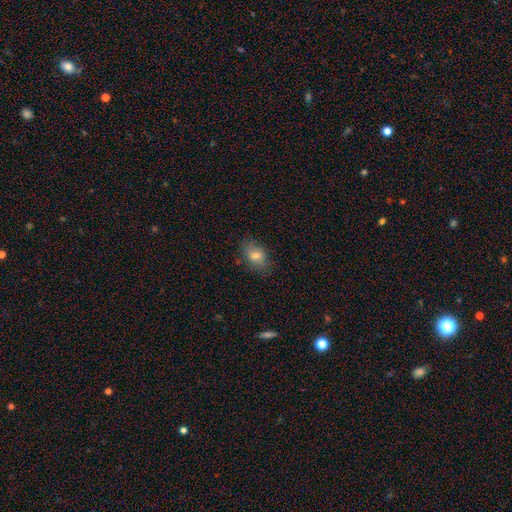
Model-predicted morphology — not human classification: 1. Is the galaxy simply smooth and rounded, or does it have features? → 74% smooth, 17% featured or disk, 9% star or artifact.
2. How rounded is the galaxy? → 82% in between, 16% round, 2% cigar-shaped.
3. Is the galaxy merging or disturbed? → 78% none, 16% minor disturbance, 4% major disturbance, 1% merger.